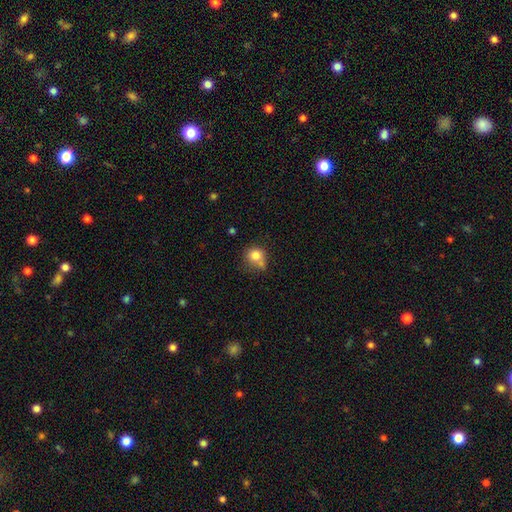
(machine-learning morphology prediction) Smooth or featured? Predicted: smooth (p=0.80). How rounded? Predicted: round (p=0.82). Merging? Predicted: none (p=0.52).